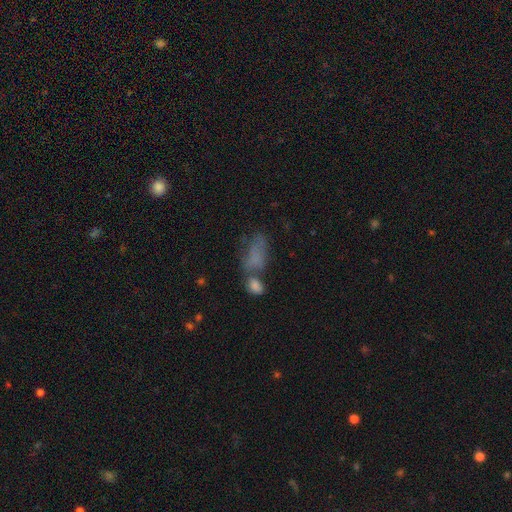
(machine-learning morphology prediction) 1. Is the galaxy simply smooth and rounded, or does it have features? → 67% smooth, 20% featured or disk, 13% star or artifact.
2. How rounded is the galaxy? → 86% in between, 7% round, 7% cigar-shaped.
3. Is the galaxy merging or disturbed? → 41% merger, 27% none, 17% minor disturbance, 16% major disturbance.